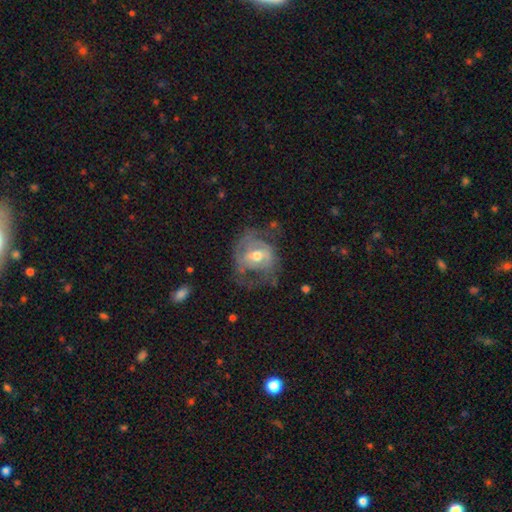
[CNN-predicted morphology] smooth_or_featured: featured or disk (p=0.72) [alt: smooth p=0.21]
disk_edge_on: no (p=0.96) [alt: yes p=0.04]
bar: weak (p=0.46) [alt: no p=0.33]
has_spiral_arms: yes (p=0.68) [alt: no p=0.32]
bulge_size: moderate (p=0.72) [alt: small p=0.18]
merging: none (p=0.47) [alt: major disturbance p=0.27]